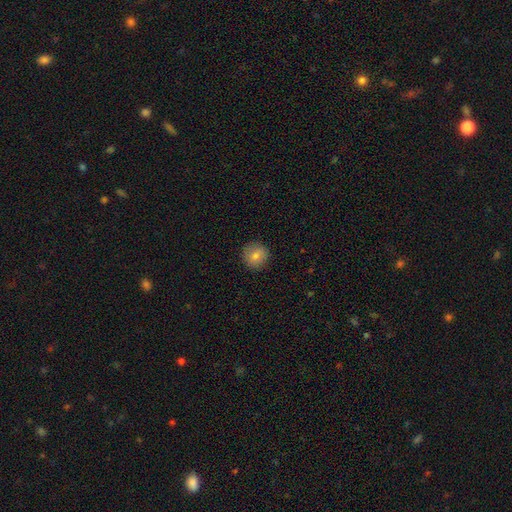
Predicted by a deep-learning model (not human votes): Q: Smooth or featured?
A: smooth (80%); runner-up: featured or disk (10%)
Q: How rounded?
A: round (92%); runner-up: in between (7%)
Q: Merging?
A: none (90%); runner-up: minor disturbance (7%)